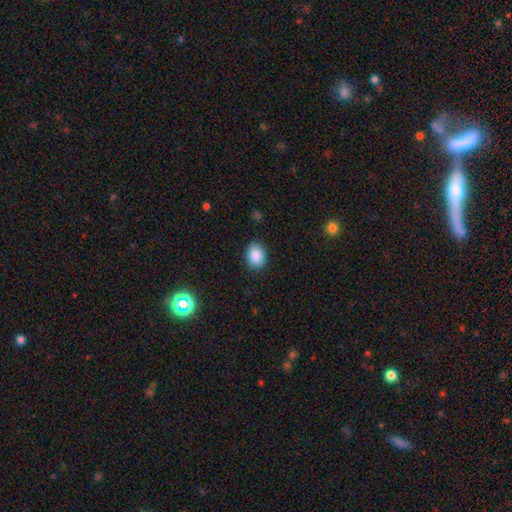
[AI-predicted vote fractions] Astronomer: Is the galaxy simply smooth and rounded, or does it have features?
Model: smooth — 88%.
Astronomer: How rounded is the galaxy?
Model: in between — 68%.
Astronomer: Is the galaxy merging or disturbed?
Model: none — 87%.